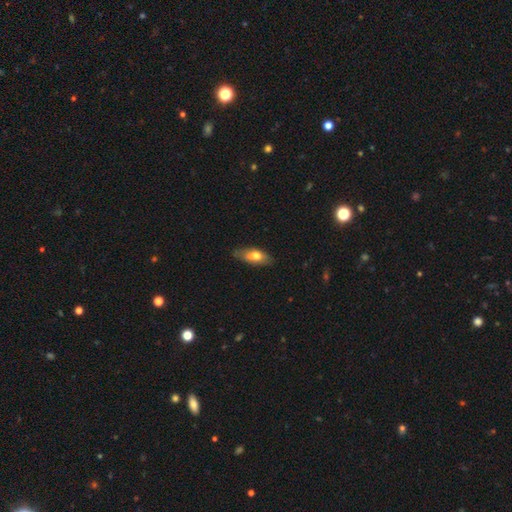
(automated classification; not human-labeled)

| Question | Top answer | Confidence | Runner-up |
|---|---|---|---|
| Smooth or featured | smooth | 66% | featured or disk (27%) |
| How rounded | in between | 75% | cigar-shaped (21%) |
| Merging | none | 69% | minor disturbance (24%) |